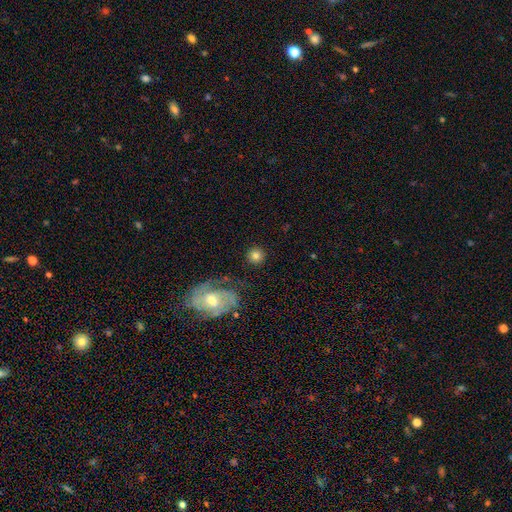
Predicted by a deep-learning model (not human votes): Smooth or featured?
  - smooth: 79% *
  - featured or disk: 11%
  - star or artifact: 9%
How rounded?
  - round: 93% *
  - in between: 6%
  - cigar-shaped: 1%
Merging?
  - none: 86% *
  - minor disturbance: 8%
  - major disturbance: 4%
  - merger: 3%